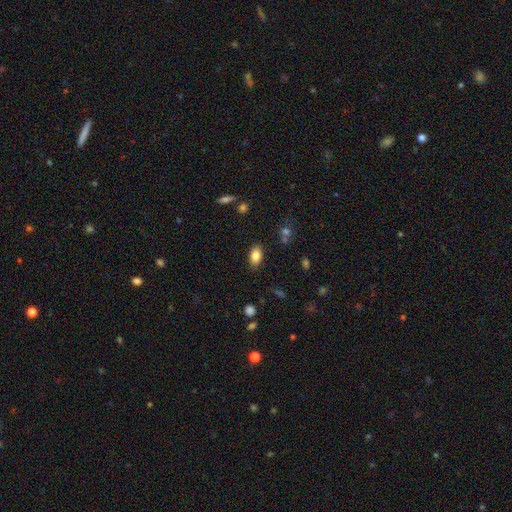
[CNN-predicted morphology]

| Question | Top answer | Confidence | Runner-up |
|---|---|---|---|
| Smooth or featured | smooth | 83% | featured or disk (9%) |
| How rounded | in between | 91% | round (7%) |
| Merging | none | 84% | minor disturbance (12%) |